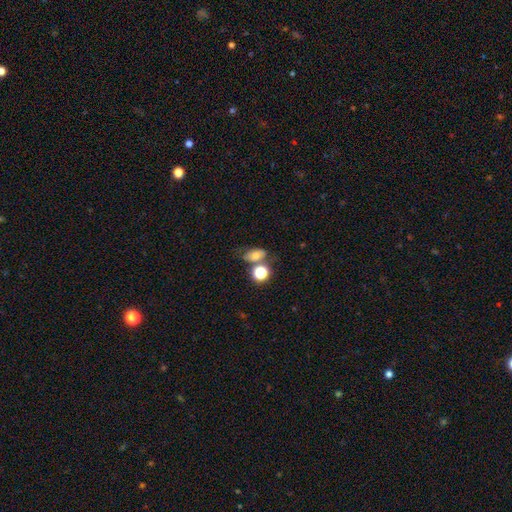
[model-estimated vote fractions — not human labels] A smooth galaxy with no disk features (70%) that is in between round and cigar-shaped (74%).

Vote fractions:
- Smooth or featured? smooth: 70% / featured or disk: 15% / star or artifact: 15%
- How rounded? in between: 74% / round: 23% / cigar-shaped: 3%
- Merging? none: 48% / merger: 27% / minor disturbance: 17% / major disturbance: 9%